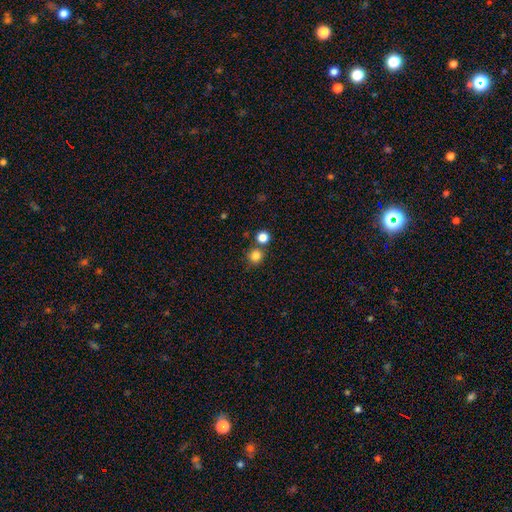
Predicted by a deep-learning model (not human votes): Q: Smooth or featured?
A: smooth (83%); runner-up: star or artifact (13%)
Q: How rounded?
A: round (93%); runner-up: in between (6%)
Q: Merging?
A: none (73%); runner-up: merger (17%)